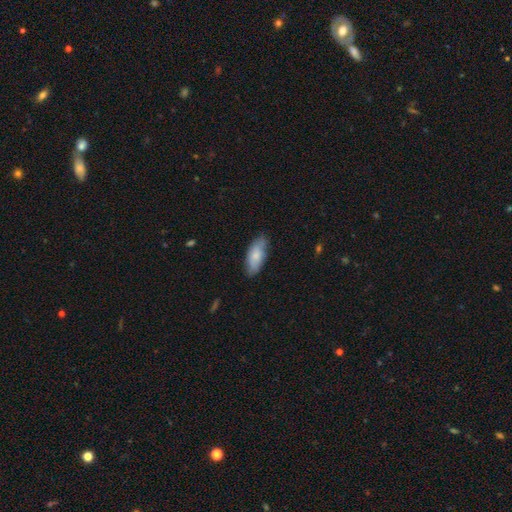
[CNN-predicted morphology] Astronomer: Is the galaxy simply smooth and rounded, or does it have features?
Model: smooth — 74%.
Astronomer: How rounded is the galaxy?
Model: in between — 82%.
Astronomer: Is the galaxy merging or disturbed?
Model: none — 72%.